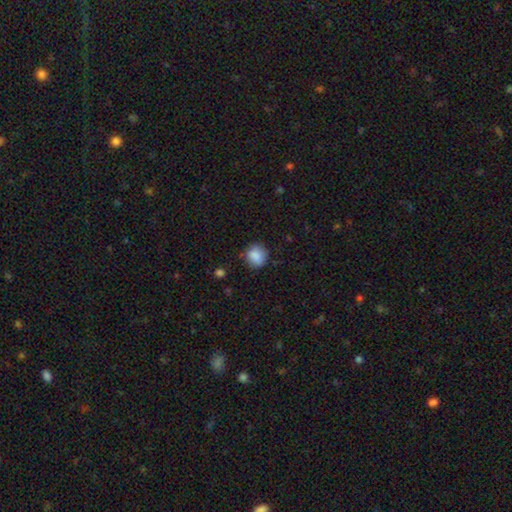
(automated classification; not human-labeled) smooth_or_featured: smooth (p=0.86) [alt: star or artifact p=0.08]
how_rounded: round (p=0.80) [alt: in between p=0.19]
merging: none (p=0.80) [alt: minor disturbance p=0.15]